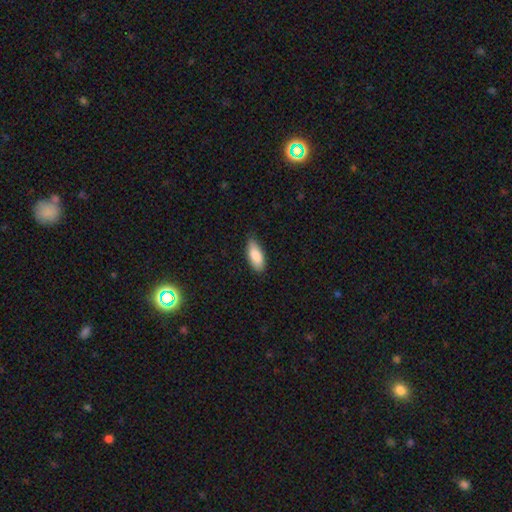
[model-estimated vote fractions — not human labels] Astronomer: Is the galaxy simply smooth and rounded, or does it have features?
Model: smooth — 86%.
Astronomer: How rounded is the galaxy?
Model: in between — 84%.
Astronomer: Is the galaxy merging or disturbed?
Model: none — 74%.